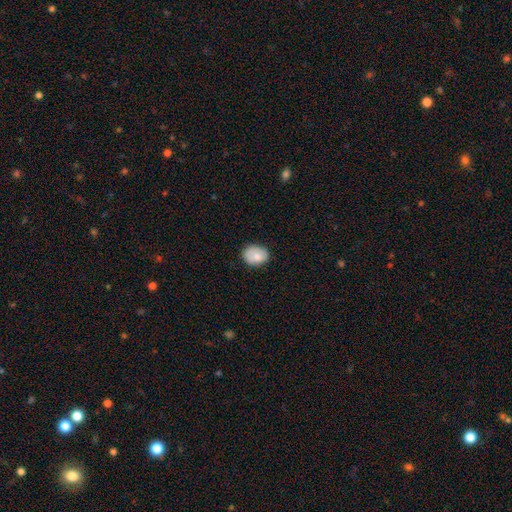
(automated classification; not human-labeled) smooth_or_featured: smooth (p=0.80) [alt: featured or disk p=0.13]
how_rounded: in between (p=0.57) [alt: round p=0.42]
merging: none (p=0.77) [alt: minor disturbance p=0.19]